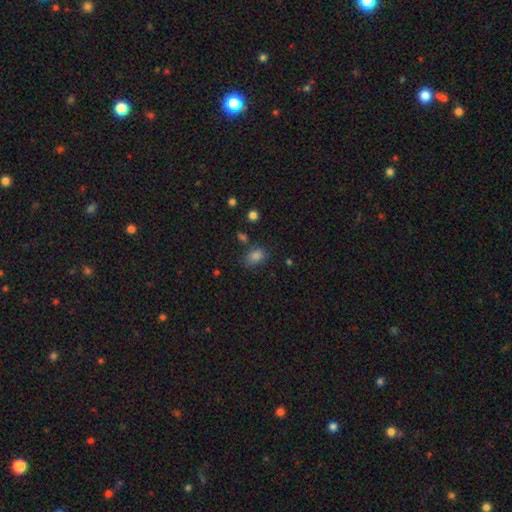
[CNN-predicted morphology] Smooth or featured? smooth (82%)
How rounded? in between (80%)
Merging? none (67%)